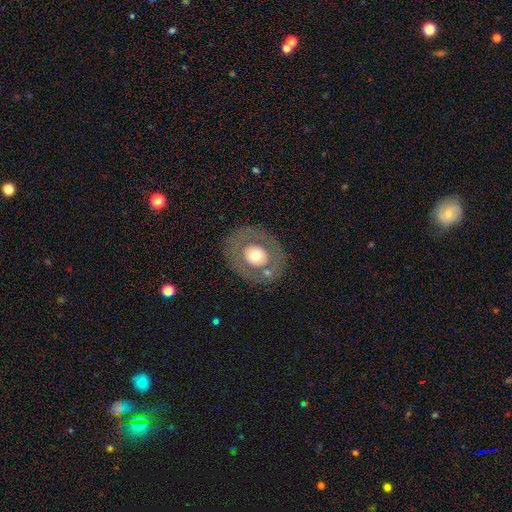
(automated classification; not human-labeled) A smooth galaxy with no disk features (50%) that is round (63%). Merging: none (79%).